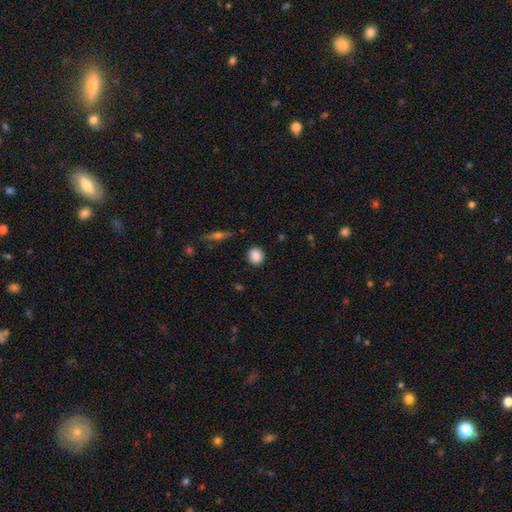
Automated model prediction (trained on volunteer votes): A smooth galaxy with no disk features (87%) that is round (74%).

Vote fractions:
- Smooth or featured? smooth: 87% / star or artifact: 8% / featured or disk: 5%
- How rounded? round: 74% / in between: 24% / cigar-shaped: 2%
- Merging? none: 89% / minor disturbance: 8% / major disturbance: 2% / merger: 1%